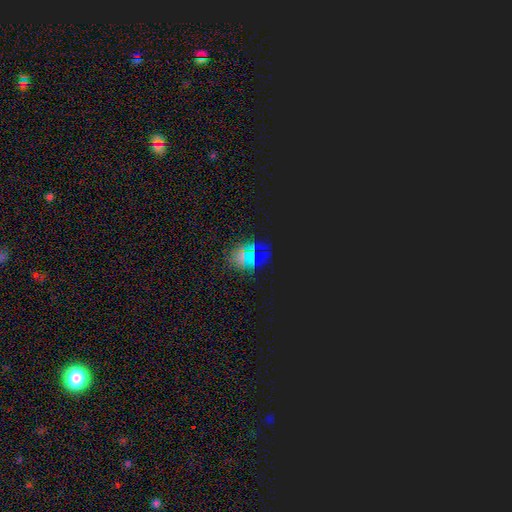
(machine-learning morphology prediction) Smooth or featured: star or artifact — 65% (smooth — 27%)